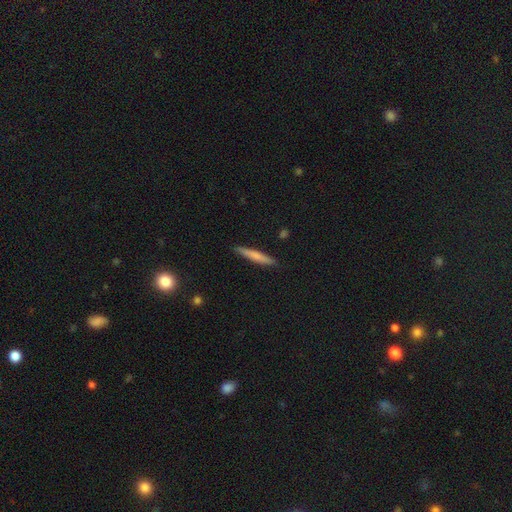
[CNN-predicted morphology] A smooth galaxy with no disk features (67%) that is cigar-shaped (95%). Merging: none (90%).